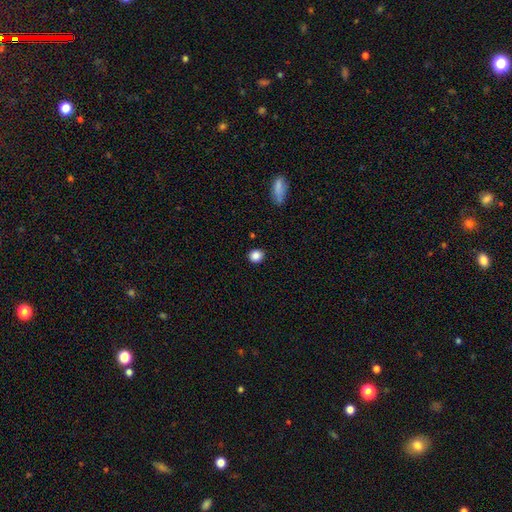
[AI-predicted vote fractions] Q: Smooth or featured?
A: smooth (86%); runner-up: star or artifact (10%)
Q: How rounded?
A: round (84%); runner-up: in between (15%)
Q: Merging?
A: none (90%); runner-up: minor disturbance (6%)